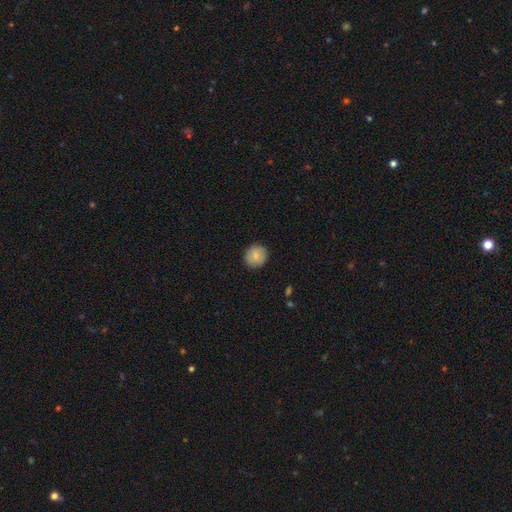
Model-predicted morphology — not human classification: A smooth galaxy with no disk features (85%) that is round (90%).

Vote fractions:
- Smooth or featured? smooth: 85% / featured or disk: 8% / star or artifact: 7%
- How rounded? round: 90% / in between: 9% / cigar-shaped: 1%
- Merging? none: 89% / minor disturbance: 8% / major disturbance: 2% / merger: 1%